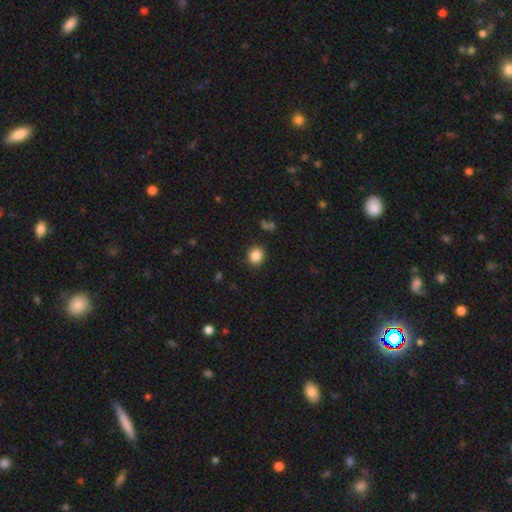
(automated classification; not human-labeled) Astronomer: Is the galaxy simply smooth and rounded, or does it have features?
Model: smooth — 86%.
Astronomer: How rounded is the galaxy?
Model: round — 77%.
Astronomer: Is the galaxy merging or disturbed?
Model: none — 89%.